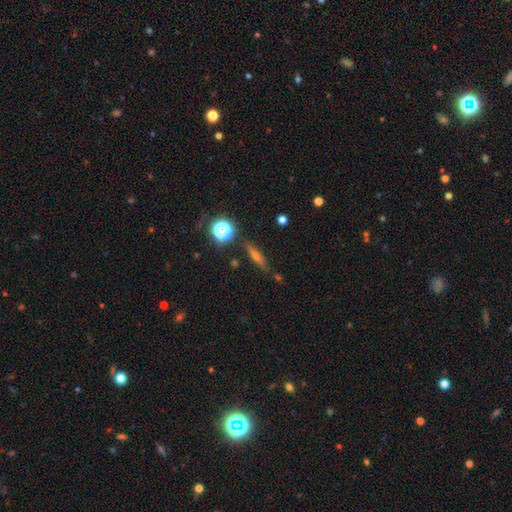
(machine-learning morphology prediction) Q: Smooth or featured?
A: featured or disk (50%); runner-up: smooth (27%)
Q: Edge-on disk?
A: yes (91%); runner-up: no (9%)
Q: Merging?
A: none (83%); runner-up: minor disturbance (10%)